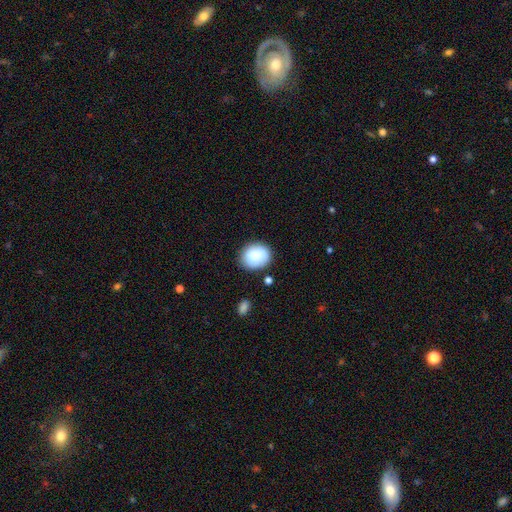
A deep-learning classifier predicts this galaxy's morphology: type=smooth (88%); roundness=round (64%); merging=none (81%).